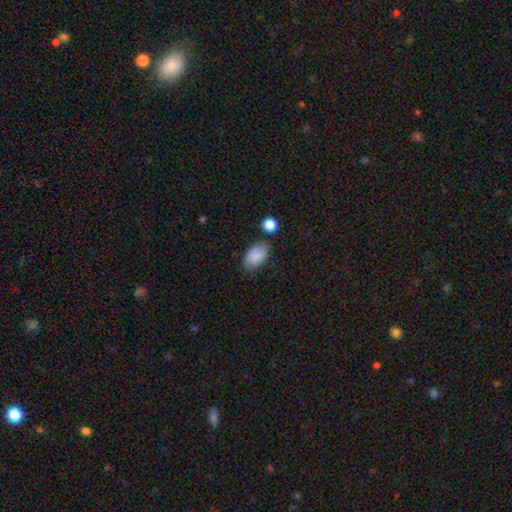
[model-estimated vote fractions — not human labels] This appears to be a smooth galaxy with no disk features (86%) that is in between round and cigar-shaped (92%). Merging: none (71%).